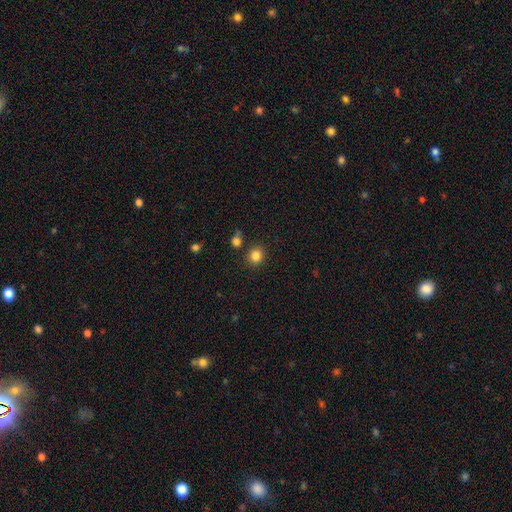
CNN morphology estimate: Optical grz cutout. It shows a smooth galaxy with no disk features (84%) that is round (82%). Merging: none (83%).